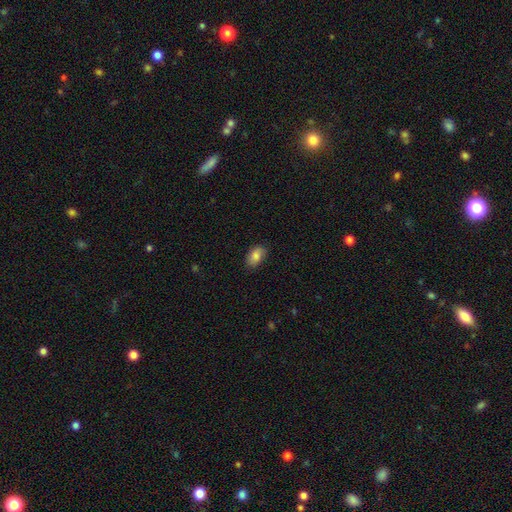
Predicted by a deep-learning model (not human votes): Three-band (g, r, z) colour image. It shows a smooth galaxy with no disk features (83%) that is in between round and cigar-shaped (90%). Merging: none (81%).